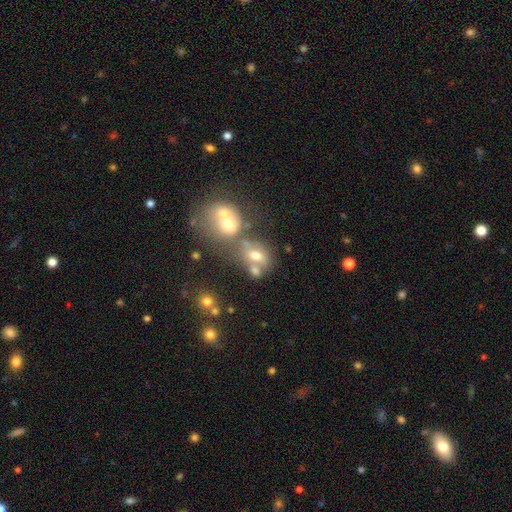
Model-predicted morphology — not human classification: Smooth or featured? smooth (60%)
How rounded? in between (58%)
Merging? merger (40%)